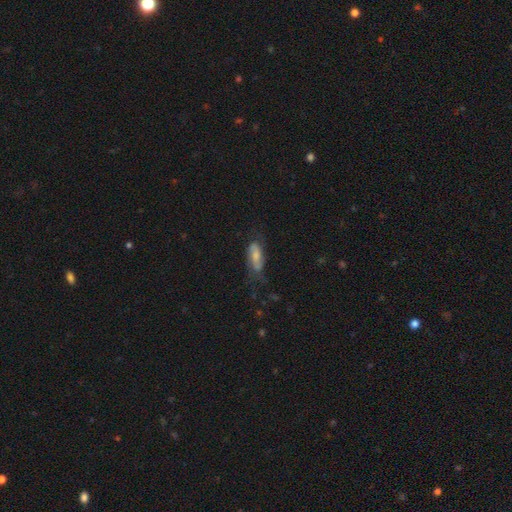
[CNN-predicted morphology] This is possibly a smooth galaxy (47%). Merging: possibly none (54%).